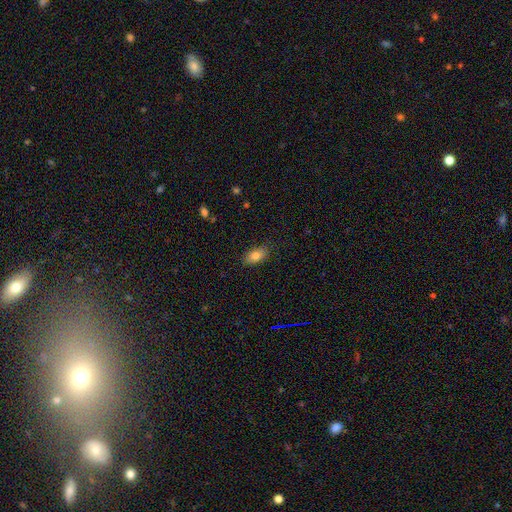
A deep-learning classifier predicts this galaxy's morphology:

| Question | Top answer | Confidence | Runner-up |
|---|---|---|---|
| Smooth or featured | smooth | 81% | featured or disk (10%) |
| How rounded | in between | 89% | round (7%) |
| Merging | none | 85% | minor disturbance (11%) |